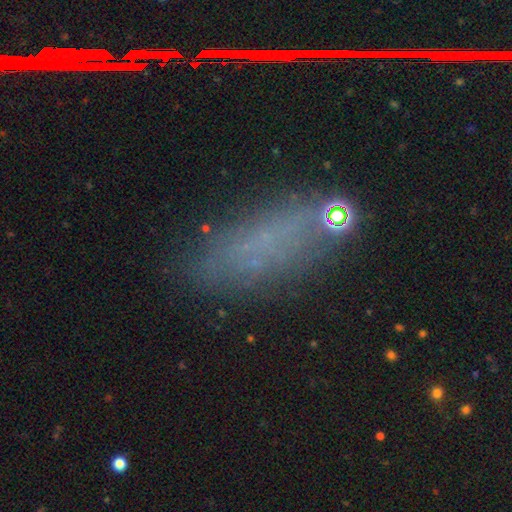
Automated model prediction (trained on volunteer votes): Smooth or featured?
  - smooth: 49% *
  - star or artifact: 29%
  - featured or disk: 21%
Merging?
  - none: 72% *
  - minor disturbance: 17%
  - major disturbance: 8%
  - merger: 3%